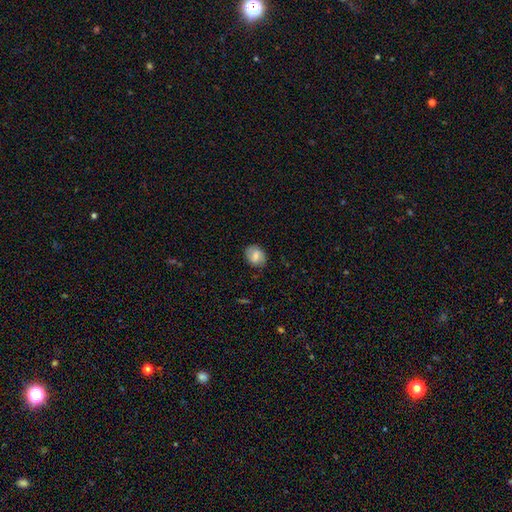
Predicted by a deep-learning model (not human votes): Smooth or featured? Predicted: smooth (p=0.64). How rounded? Predicted: in between (p=0.60). Merging? Predicted: none (p=0.79).